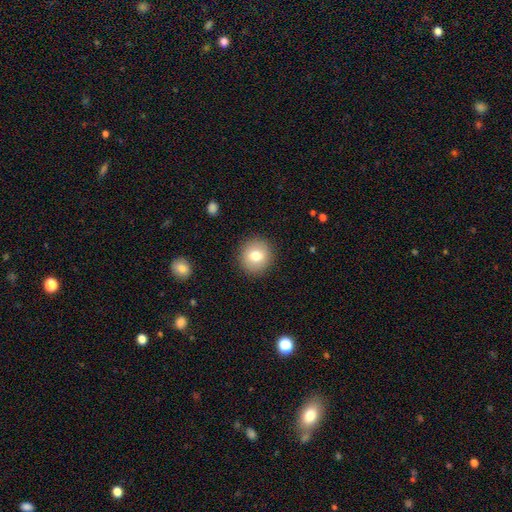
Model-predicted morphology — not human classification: smooth_or_featured: smooth (p=0.77) [alt: featured or disk p=0.14]
how_rounded: round (p=0.91) [alt: in between p=0.09]
merging: none (p=0.90) [alt: minor disturbance p=0.06]